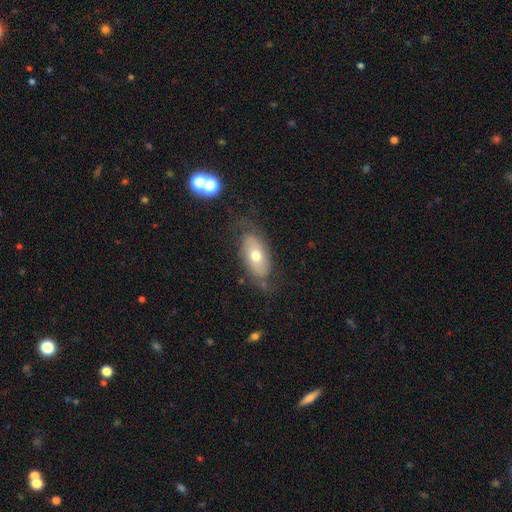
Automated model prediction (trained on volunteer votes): Overall: smooth (52%; featured or disk 40%). How rounded: in between (89%). Merging: none (67%).